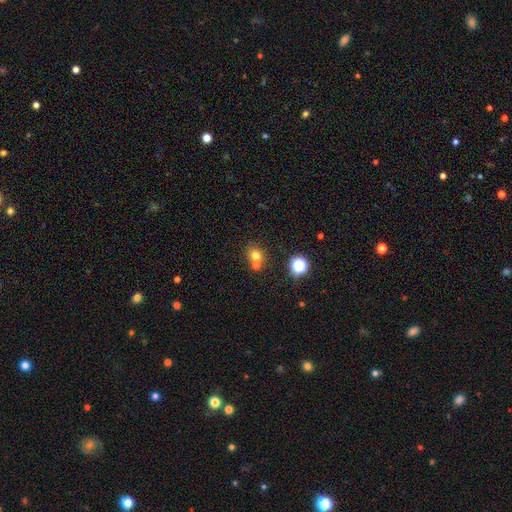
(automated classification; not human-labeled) Smooth or featured? Predicted: smooth (p=0.69). How rounded? Predicted: round (p=0.78). Merging? Predicted: none (p=0.56).